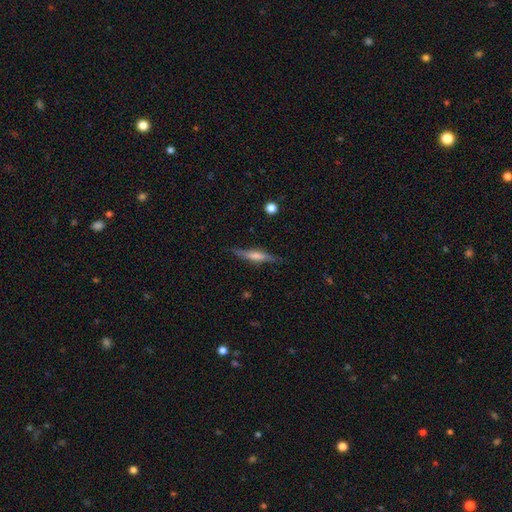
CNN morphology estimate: This is likely a featured or disk galaxy (61%). It is clearly viewed edge-on (94%). Edge-on bulge: likely rounded (61%). Merging: clearly none (83%).